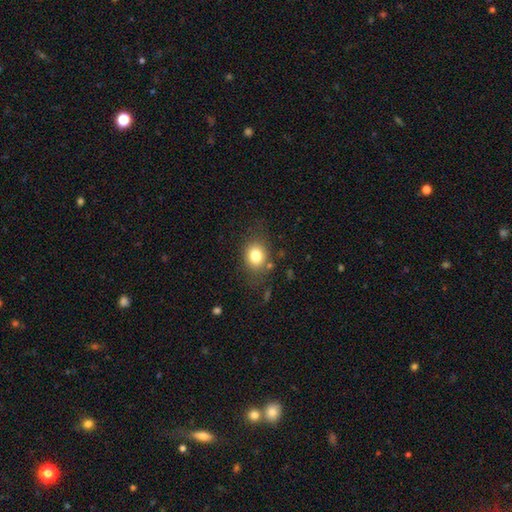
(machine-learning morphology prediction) Smooth or featured? Predicted: smooth (p=0.79). How rounded? Predicted: round (p=0.55). Merging? Predicted: none (p=0.76).